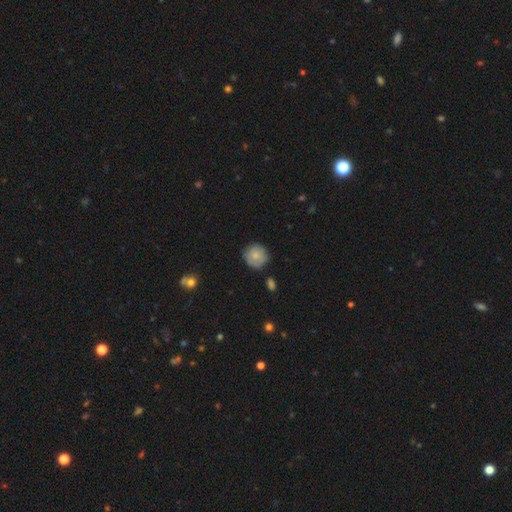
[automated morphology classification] Smooth or featured? smooth (73%)
How rounded? round (91%)
Merging? none (76%)